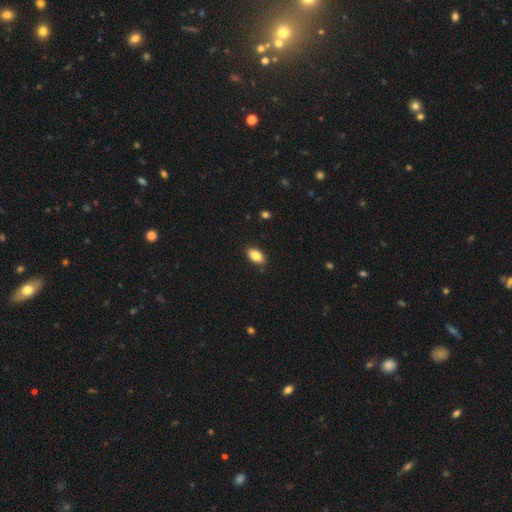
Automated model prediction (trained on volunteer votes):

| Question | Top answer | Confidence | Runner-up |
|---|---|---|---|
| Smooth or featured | smooth | 84% | featured or disk (8%) |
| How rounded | in between | 91% | round (5%) |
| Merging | none | 87% | minor disturbance (10%) |